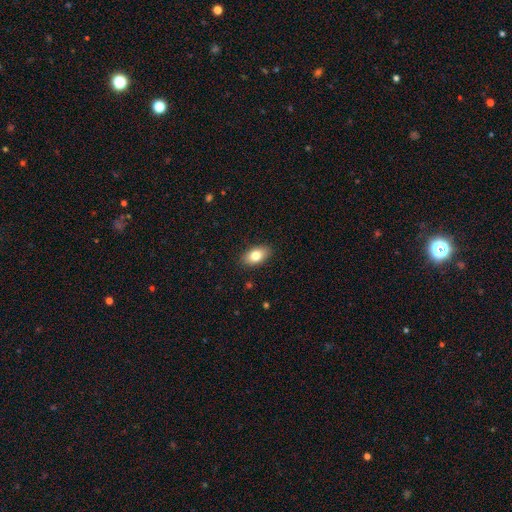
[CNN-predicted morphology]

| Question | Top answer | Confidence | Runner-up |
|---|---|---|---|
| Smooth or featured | smooth | 80% | featured or disk (12%) |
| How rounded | in between | 90% | round (7%) |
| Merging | none | 88% | minor disturbance (9%) |